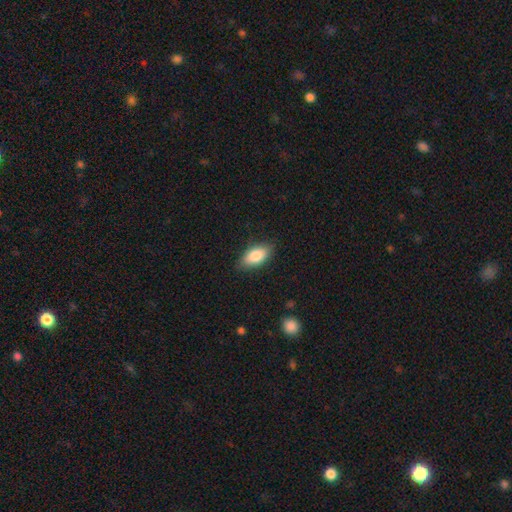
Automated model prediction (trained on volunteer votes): This is clearly a smooth galaxy (83%). How rounded: clearly in between (89%). Merging: clearly none (83%).